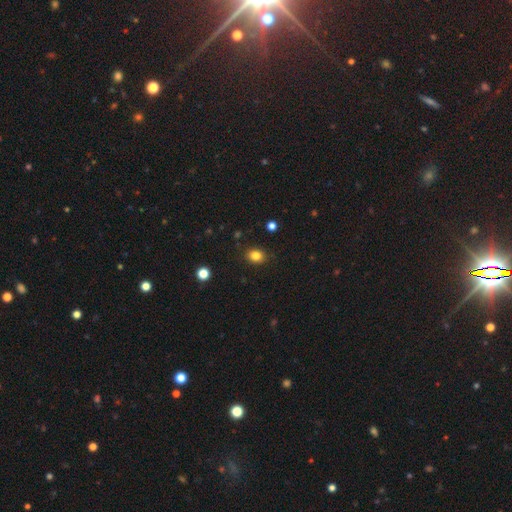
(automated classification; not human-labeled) The model was most divided on "how rounded": round: 53%, in between: 46%, cigar-shaped: 1%. More confident: merging — none (87%); smooth or featured — smooth (83%).